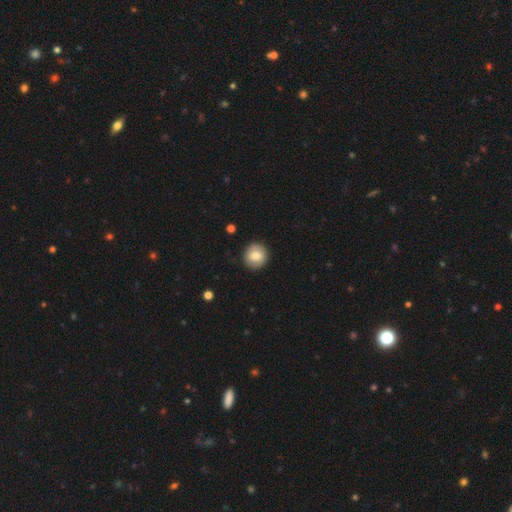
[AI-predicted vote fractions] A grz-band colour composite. It shows a smooth galaxy with no disk features (78%) that is round (90%). Merging: none (89%).